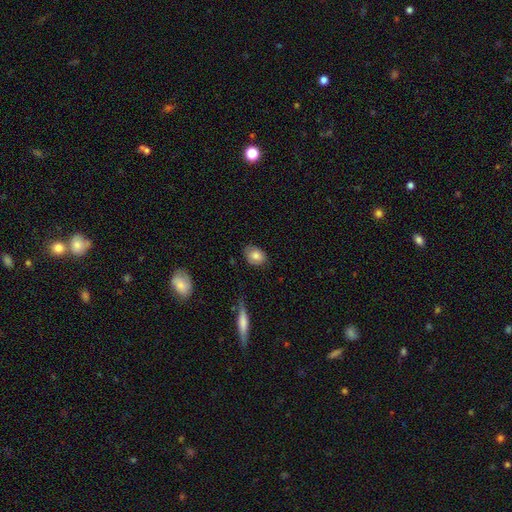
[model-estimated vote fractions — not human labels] Smooth or featured? smooth (80%)
How rounded? in between (64%)
Merging? none (76%)